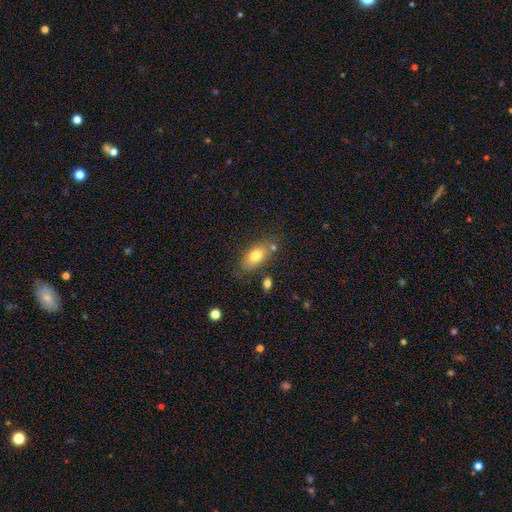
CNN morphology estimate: Smooth or featured?
  - smooth: 76% *
  - featured or disk: 16%
  - star or artifact: 8%
How rounded?
  - in between: 85% *
  - cigar-shaped: 8%
  - round: 7%
Merging?
  - none: 71% *
  - minor disturbance: 17%
  - merger: 8%
  - major disturbance: 5%